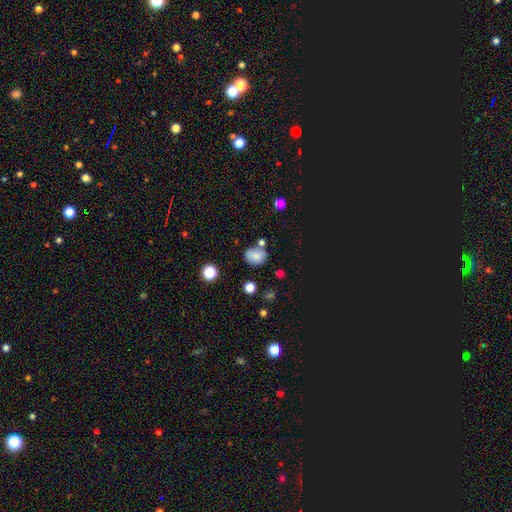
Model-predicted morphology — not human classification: smooth-or-featured: smooth: 73% | featured or disk: 14% | star or artifact: 13%
  how-rounded: round: 55% | in between: 44% | cigar-shaped: 1%
  merging: none: 64% | minor disturbance: 19% | merger: 12% | major disturbance: 6%